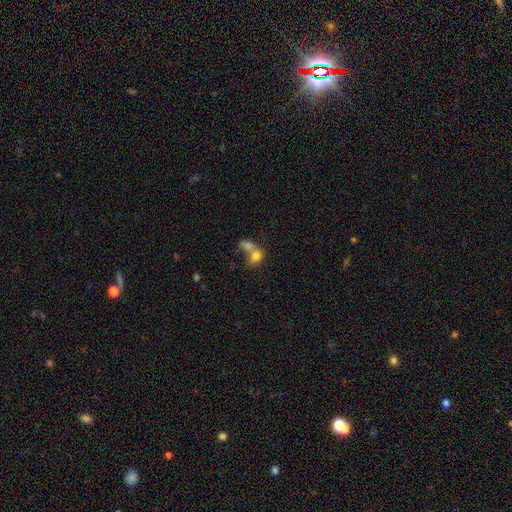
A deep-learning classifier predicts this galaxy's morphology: smooth-or-featured: smooth: 75% | featured or disk: 15% | star or artifact: 10%
  how-rounded: in between: 50% | round: 48% | cigar-shaped: 2%
  merging: merger: 65% | none: 21% | minor disturbance: 7% | major disturbance: 7%